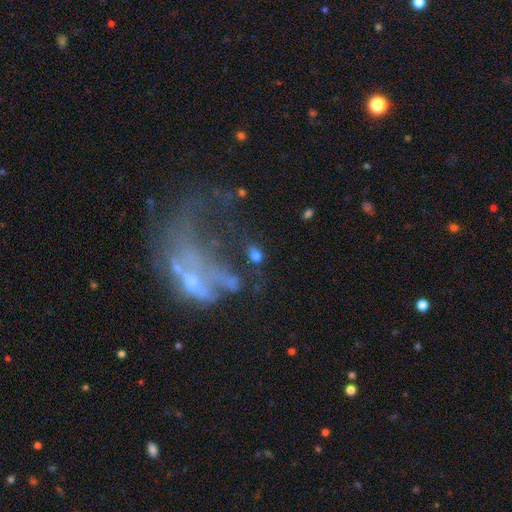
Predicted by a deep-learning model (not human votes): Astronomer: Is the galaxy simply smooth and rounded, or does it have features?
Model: smooth — 62%.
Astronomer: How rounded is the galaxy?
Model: in between — 68%.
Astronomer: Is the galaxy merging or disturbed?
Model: none — 54%.